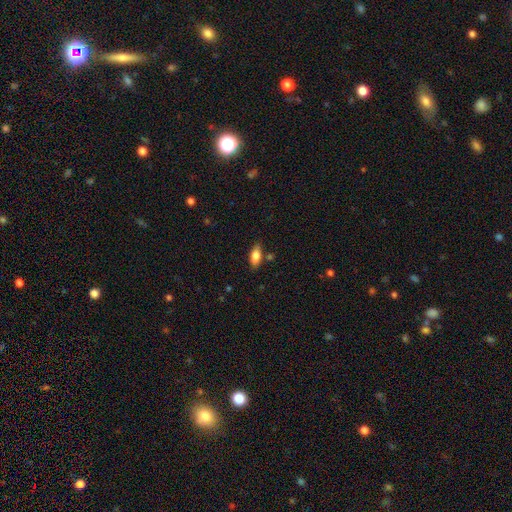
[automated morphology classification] Smooth or featured?
  - smooth: 79% *
  - featured or disk: 14%
  - star or artifact: 7%
How rounded?
  - in between: 82% *
  - cigar-shaped: 15%
  - round: 3%
Merging?
  - none: 78% *
  - minor disturbance: 14%
  - merger: 5%
  - major disturbance: 3%